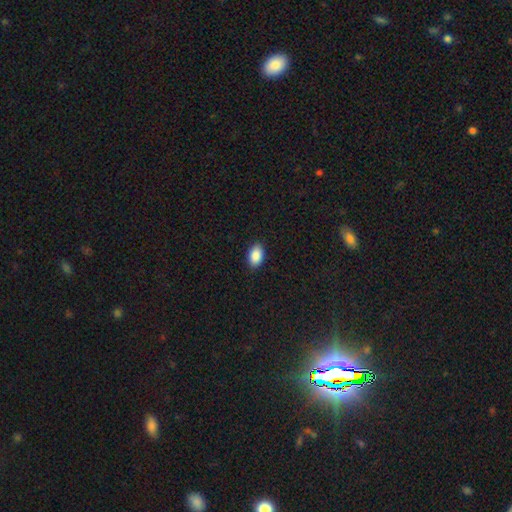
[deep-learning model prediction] Smooth or featured?
  - smooth: 89% *
  - star or artifact: 7%
  - featured or disk: 4%
How rounded?
  - in between: 92% *
  - round: 7%
  - cigar-shaped: 1%
Merging?
  - none: 90% *
  - minor disturbance: 8%
  - major disturbance: 2%
  - merger: 1%